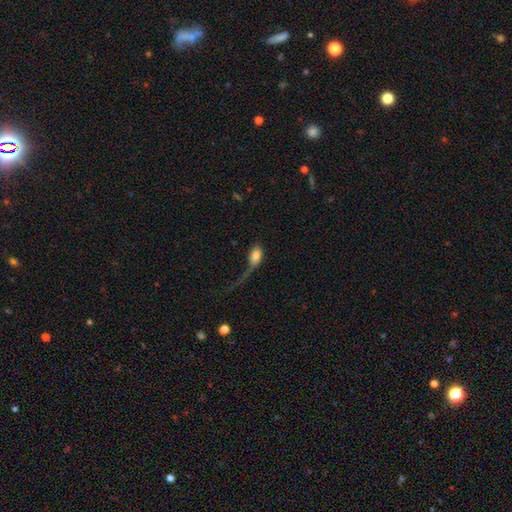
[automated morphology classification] Smooth or featured: smooth — 73% (featured or disk — 19%)
How rounded: in between — 86% (round — 9%)
Merging: major disturbance — 56% (none — 21%)